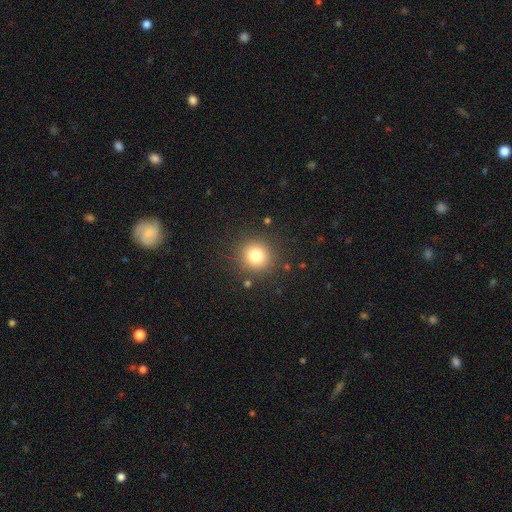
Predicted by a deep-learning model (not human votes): The model was most divided on "smooth or featured": smooth: 79%, star or artifact: 13%, featured or disk: 8%. More confident: how rounded — round (92%); merging — none (88%).